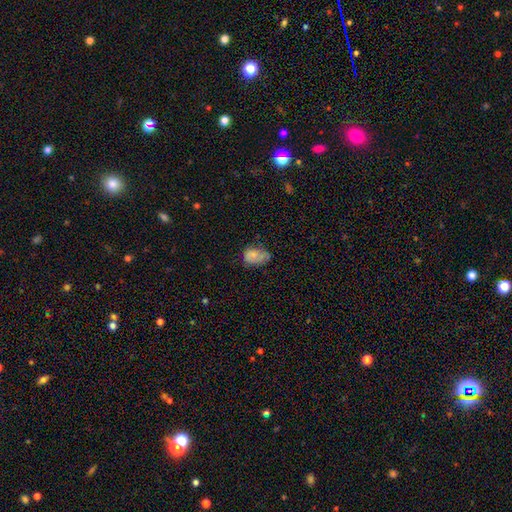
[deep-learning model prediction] Smooth or featured: smooth — 74% (featured or disk — 16%)
How rounded: in between — 83% (round — 16%)
Merging: minor disturbance — 40% (none — 36%)